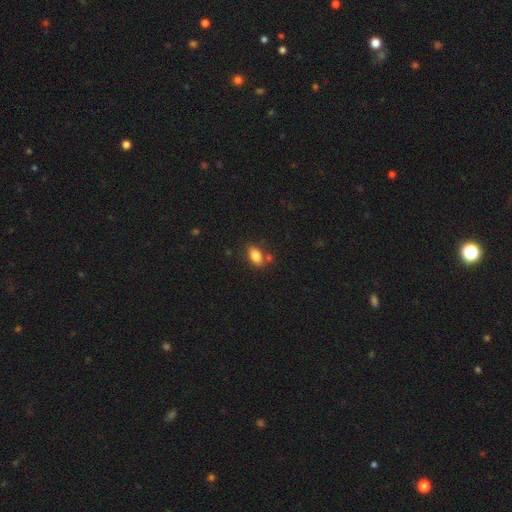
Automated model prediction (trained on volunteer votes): Q: Smooth or featured?
A: smooth (84%); runner-up: star or artifact (9%)
Q: How rounded?
A: in between (88%); runner-up: round (8%)
Q: Merging?
A: none (75%); runner-up: minor disturbance (13%)